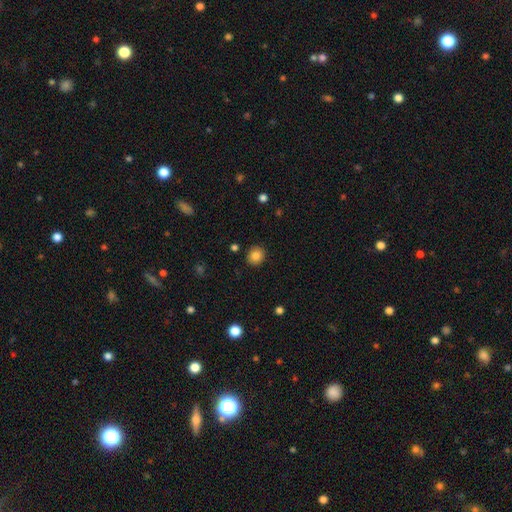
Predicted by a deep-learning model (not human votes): A smooth galaxy with no disk features (84%) that is round (82%).

Vote fractions:
- Smooth or featured? smooth: 84% / star or artifact: 10% / featured or disk: 6%
- How rounded? round: 82% / in between: 17% / cigar-shaped: 1%
- Merging? none: 89% / minor disturbance: 7% / major disturbance: 2% / merger: 2%